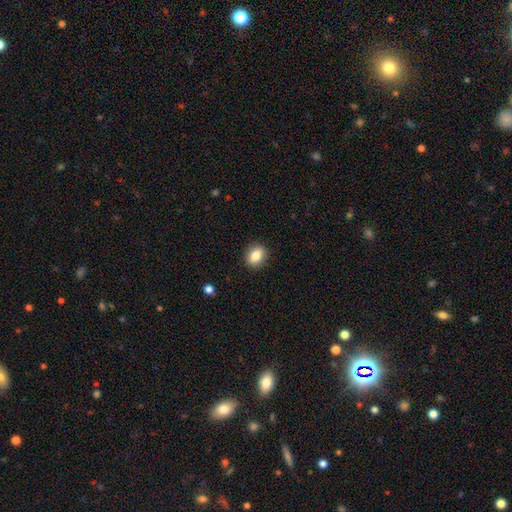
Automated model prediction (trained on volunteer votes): Q: Smooth or featured?
A: smooth (83%); runner-up: star or artifact (9%)
Q: How rounded?
A: round (51%); runner-up: in between (48%)
Q: Merging?
A: none (89%); runner-up: minor disturbance (8%)